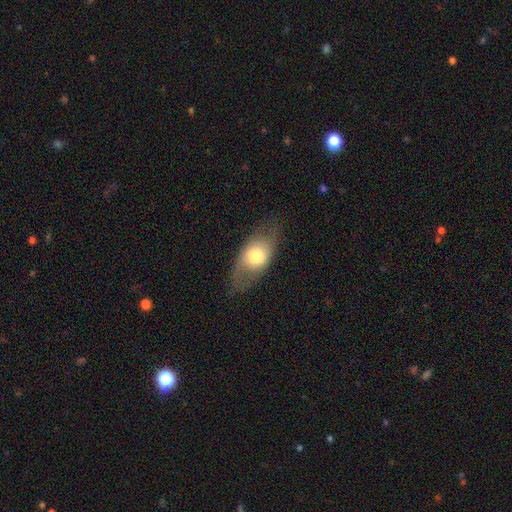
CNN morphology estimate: type=smooth (54%); roundness=in between (78%); merging=none (67%).